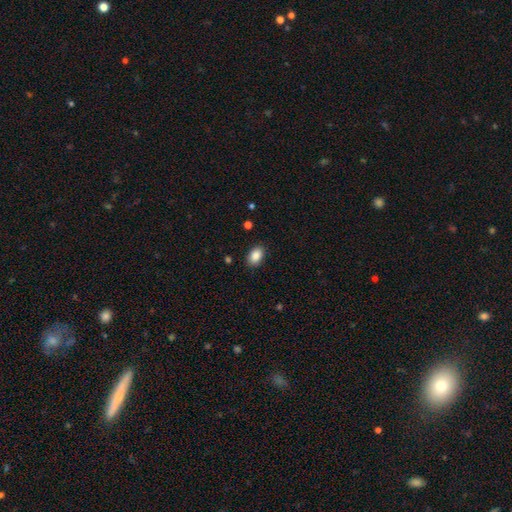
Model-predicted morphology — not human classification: This is clearly a smooth galaxy (88%). How rounded: clearly in between (86%). Merging: clearly none (88%).